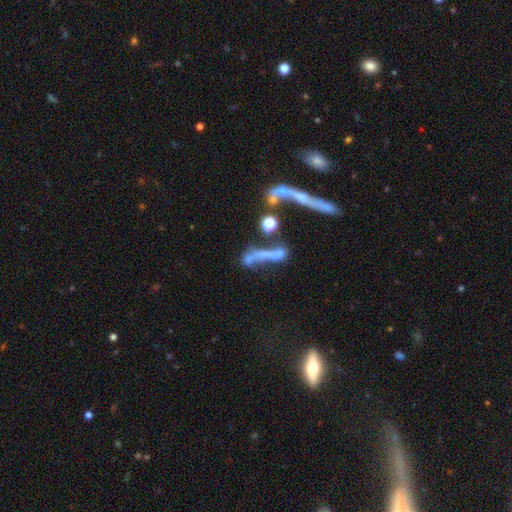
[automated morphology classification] type=featured or disk (51%); edge-on=no (59%); merging=none (32%).